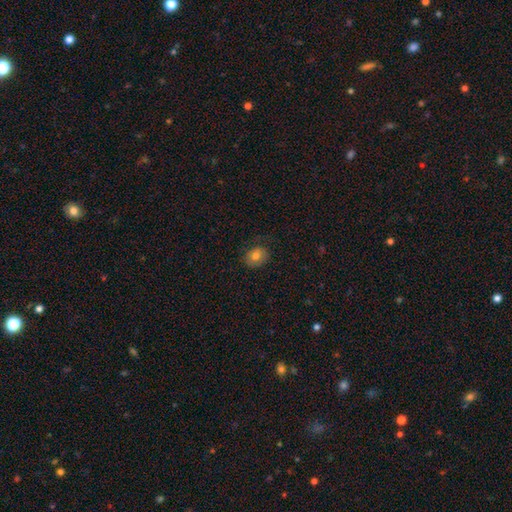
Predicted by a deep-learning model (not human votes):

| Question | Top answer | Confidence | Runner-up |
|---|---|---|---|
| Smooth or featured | smooth | 77% | featured or disk (14%) |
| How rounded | in between | 51% | round (48%) |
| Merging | none | 74% | minor disturbance (19%) |